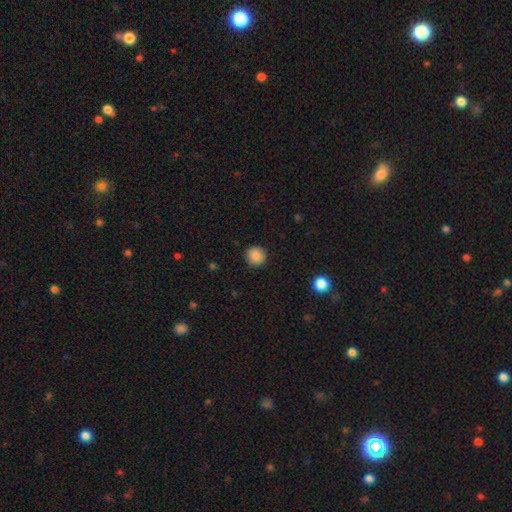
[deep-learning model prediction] The model was most divided on "smooth or featured": smooth: 87%, star or artifact: 9%, featured or disk: 4%. More confident: how rounded — round (93%); merging — none (91%).